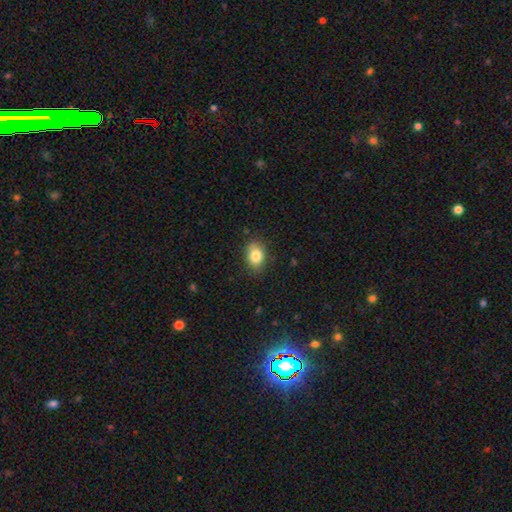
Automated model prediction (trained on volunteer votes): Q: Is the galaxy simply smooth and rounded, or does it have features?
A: smooth — 82%.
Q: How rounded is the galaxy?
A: in between — 76%.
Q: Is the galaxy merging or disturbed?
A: none — 83%.